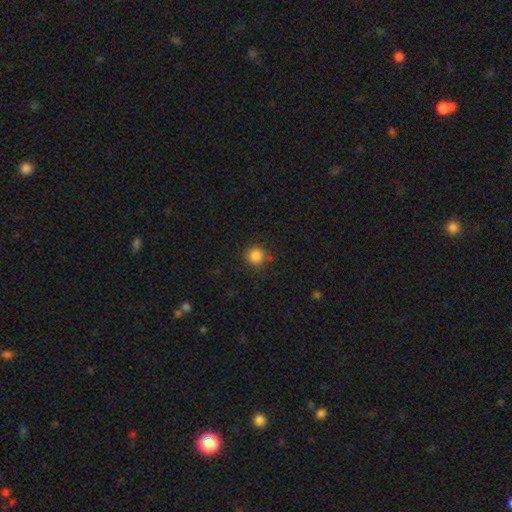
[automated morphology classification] This is clearly a smooth galaxy (85%). How rounded: clearly round (93%). Merging: clearly none (84%).